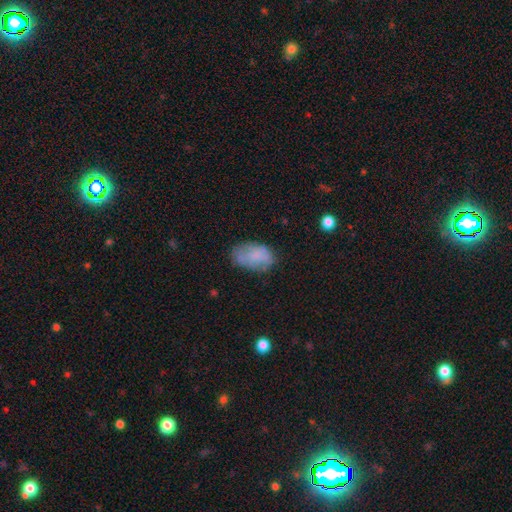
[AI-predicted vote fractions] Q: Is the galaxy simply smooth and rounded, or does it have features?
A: smooth — 72%.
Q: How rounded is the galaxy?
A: in between — 93%.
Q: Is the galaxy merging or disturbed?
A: none — 63%.